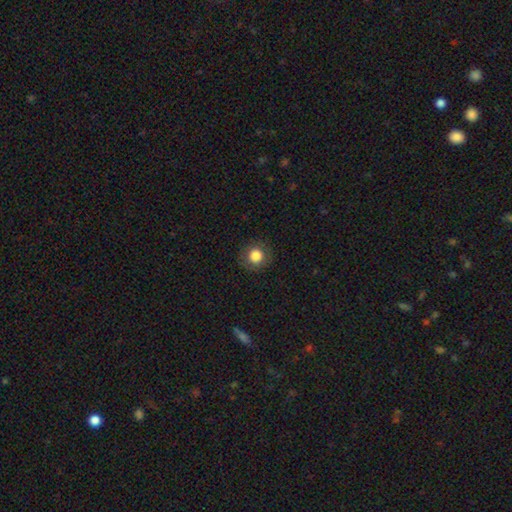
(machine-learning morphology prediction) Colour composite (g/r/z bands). It shows a smooth galaxy with no disk features (83%) that is round (92%). Merging: none (88%).